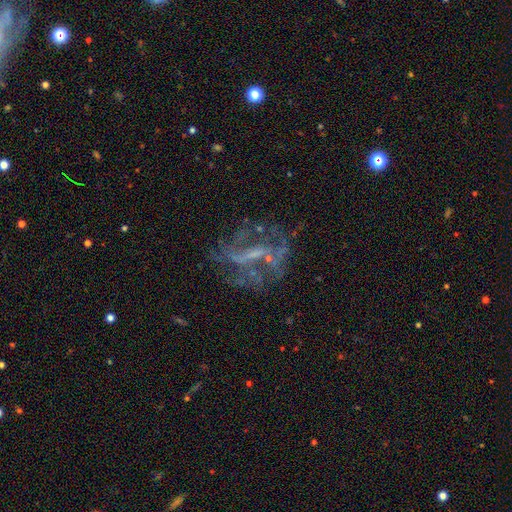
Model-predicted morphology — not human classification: Smooth or featured: featured or disk — 58% (star or artifact — 29%)
Edge-on disk: no — 93% (yes — 7%)
Bar: no — 37% (weak — 35%)
Spiral arms: yes — 56% (no — 44%)
Bulge size: small — 43% (none — 41%)
Merging: none — 60% (major disturbance — 21%)